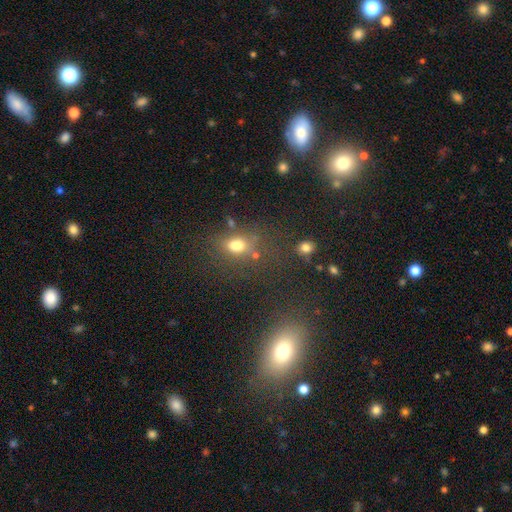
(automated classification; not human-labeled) Q: Smooth or featured?
A: smooth (67%); runner-up: star or artifact (23%)
Q: How rounded?
A: in between (59%); runner-up: round (38%)
Q: Merging?
A: none (67%); runner-up: minor disturbance (14%)